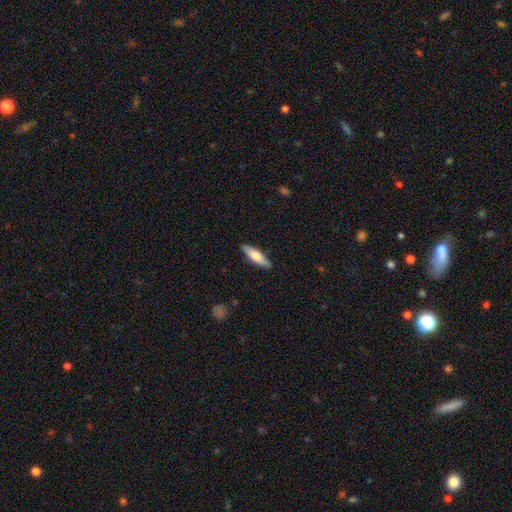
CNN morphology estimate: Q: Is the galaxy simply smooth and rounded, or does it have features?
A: smooth — 63%.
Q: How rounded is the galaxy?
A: cigar-shaped — 61%.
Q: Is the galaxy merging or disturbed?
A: none — 88%.